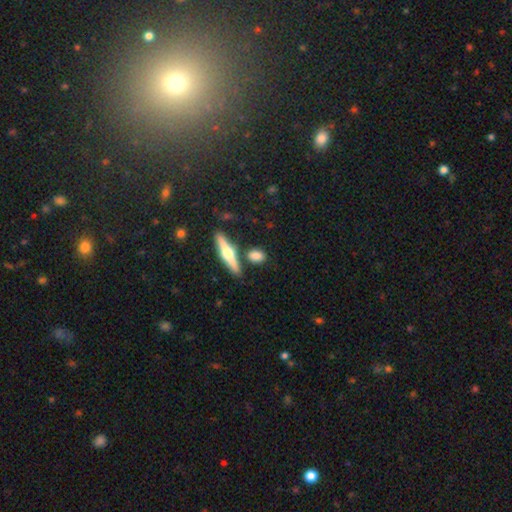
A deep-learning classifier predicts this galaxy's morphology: smooth_or_featured: smooth (p=0.72) [alt: featured or disk p=0.20]
how_rounded: in between (p=0.56) [alt: round p=0.25]
merging: none (p=0.74) [alt: minor disturbance p=0.12]